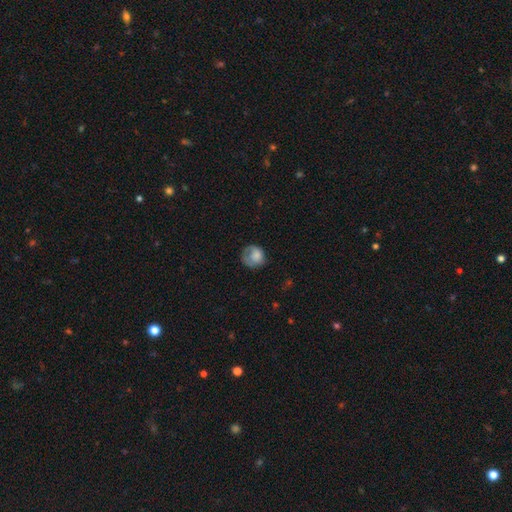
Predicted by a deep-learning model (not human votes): The model was most divided on "merging": none: 48%, minor disturbance: 29%, major disturbance: 21%, merger: 2%. More confident: how rounded — round (74%); smooth or featured — smooth (73%).